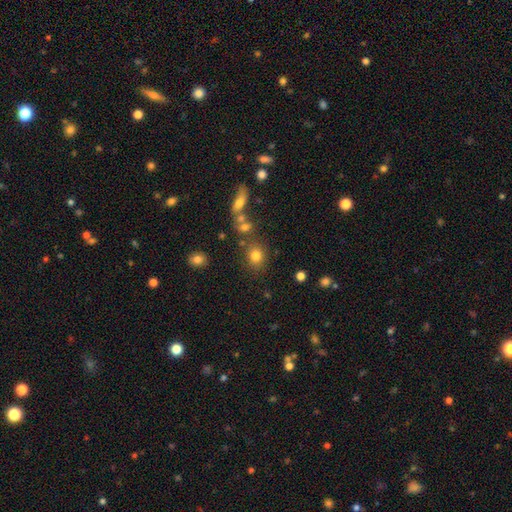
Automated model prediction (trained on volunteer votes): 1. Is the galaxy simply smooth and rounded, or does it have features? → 78% smooth, 13% star or artifact, 9% featured or disk.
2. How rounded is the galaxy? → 67% round, 31% in between, 1% cigar-shaped.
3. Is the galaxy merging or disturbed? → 72% none, 12% merger, 11% minor disturbance, 5% major disturbance.